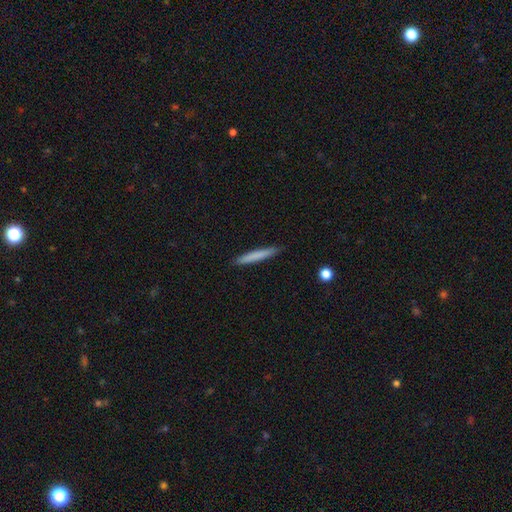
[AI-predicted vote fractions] Smooth or featured? smooth (77%)
How rounded? cigar-shaped (96%)
Merging? none (90%)